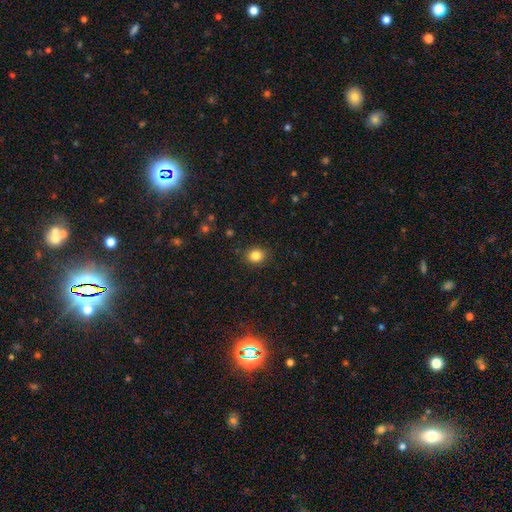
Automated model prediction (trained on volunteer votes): smooth-or-featured: smooth: 84% | star or artifact: 11% | featured or disk: 5%
  how-rounded: round: 69% | in between: 30% | cigar-shaped: 1%
  merging: none: 88% | minor disturbance: 8% | major disturbance: 3% | merger: 1%